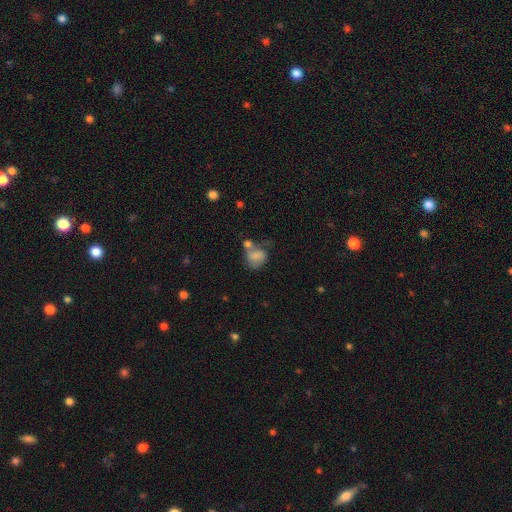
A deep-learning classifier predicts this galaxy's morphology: smooth 72%, featured or disk 18%, star or artifact 11%. Down the decision tree: how rounded — round (53%); merging — none (32%).